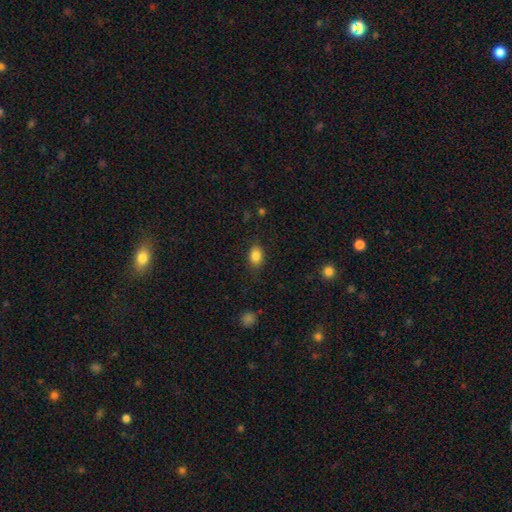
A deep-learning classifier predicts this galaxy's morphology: Overall: smooth (85%). How rounded: in between (81%). Merging: none (82%).